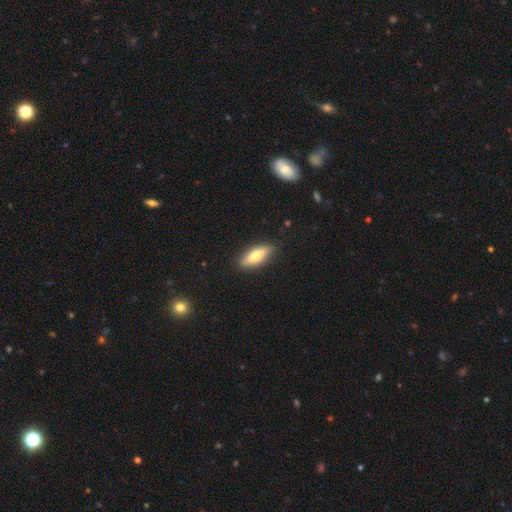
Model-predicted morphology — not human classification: Q: Smooth or featured?
A: smooth (62%); runner-up: featured or disk (32%)
Q: How rounded?
A: in between (65%); runner-up: cigar-shaped (32%)
Q: Merging?
A: none (87%); runner-up: minor disturbance (10%)